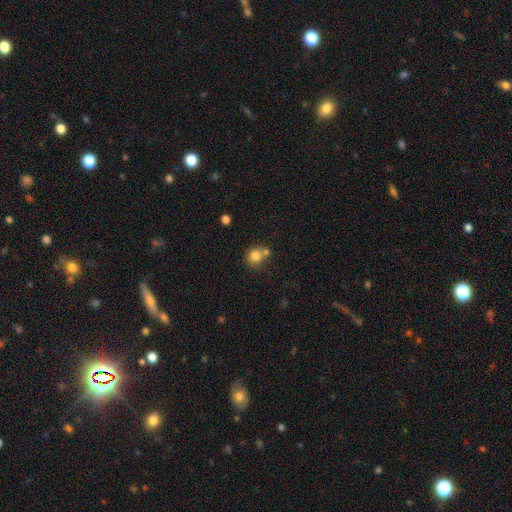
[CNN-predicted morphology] Overall: smooth (80%). How rounded: round (85%). Merging: none (54%; merger 32%).